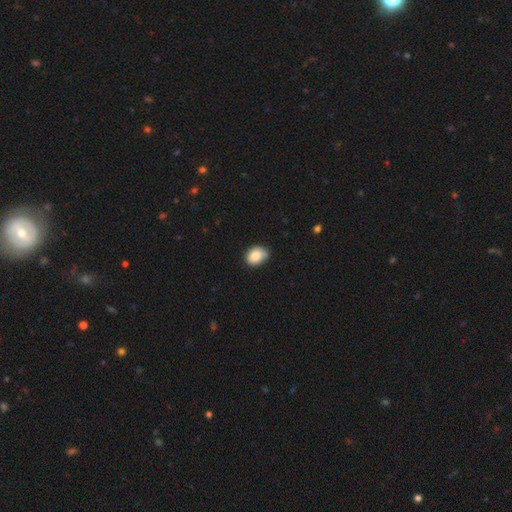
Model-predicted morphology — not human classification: The model was most divided on "how rounded": in between: 68%, round: 31%, cigar-shaped: 1%. More confident: smooth or featured — smooth (87%); merging — none (68%).